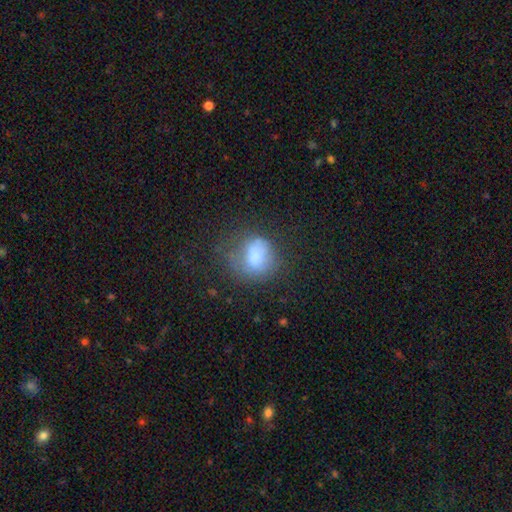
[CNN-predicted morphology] smooth_or_featured: smooth (p=0.67) [alt: featured or disk p=0.21]
how_rounded: round (p=0.62) [alt: in between p=0.37]
merging: none (p=0.43) [alt: minor disturbance p=0.26]